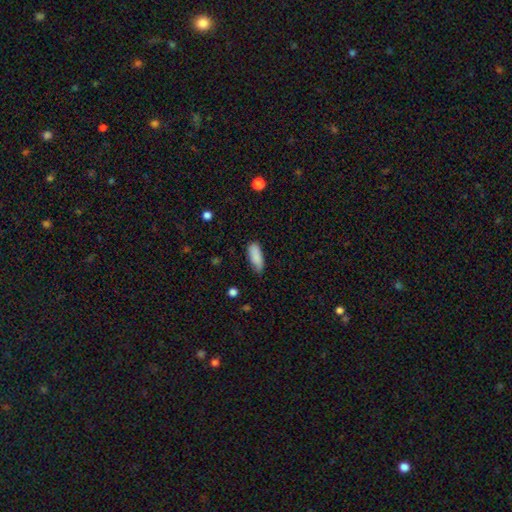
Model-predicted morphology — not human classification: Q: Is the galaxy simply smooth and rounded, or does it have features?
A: smooth — 88%.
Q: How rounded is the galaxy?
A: in between — 74%.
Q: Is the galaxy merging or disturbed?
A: none — 76%.